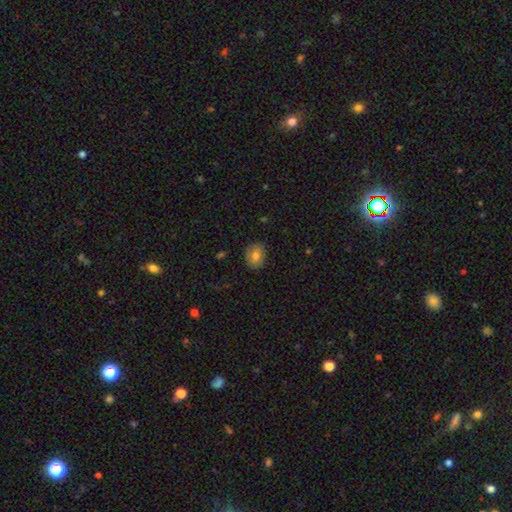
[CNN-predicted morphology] Smooth or featured?
  - smooth: 77% *
  - featured or disk: 15%
  - star or artifact: 9%
How rounded?
  - in between: 52% *
  - round: 47%
  - cigar-shaped: 1%
Merging?
  - none: 84% *
  - minor disturbance: 12%
  - major disturbance: 2%
  - merger: 1%